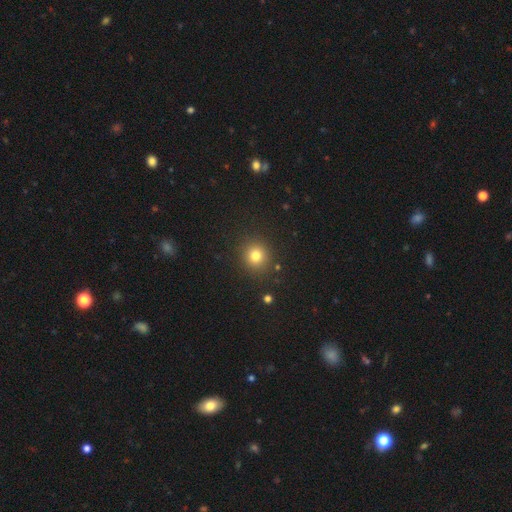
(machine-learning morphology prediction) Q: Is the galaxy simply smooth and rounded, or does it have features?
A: smooth — 79%.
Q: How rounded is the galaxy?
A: round — 89%.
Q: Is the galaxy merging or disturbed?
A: none — 89%.